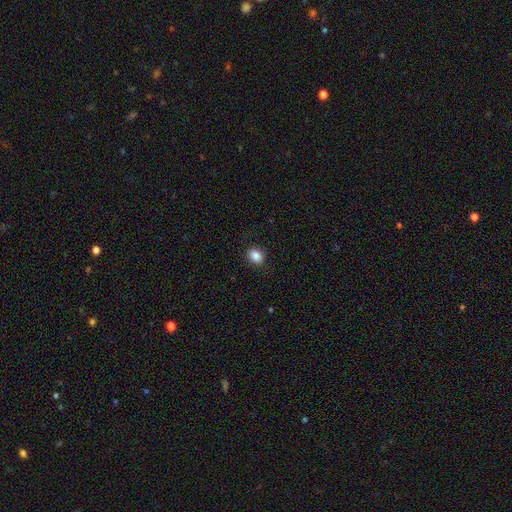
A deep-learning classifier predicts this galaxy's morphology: smooth-or-featured: smooth: 86% | star or artifact: 10% | featured or disk: 4%
  how-rounded: round: 62% | in between: 37% | cigar-shaped: 1%
  merging: none: 88% | minor disturbance: 8% | major disturbance: 2% | merger: 1%